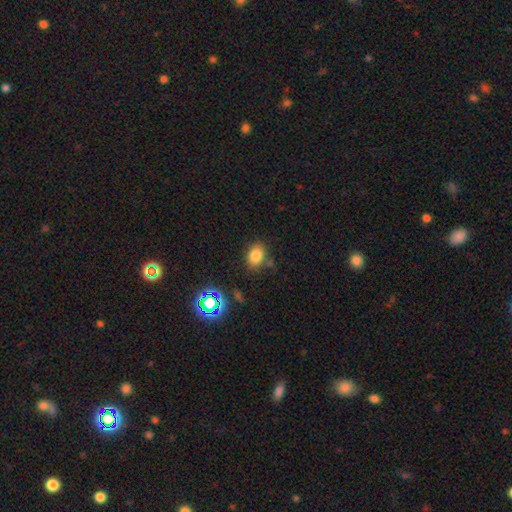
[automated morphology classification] type=smooth (79%); roundness=in between (70%); merging=none (78%).